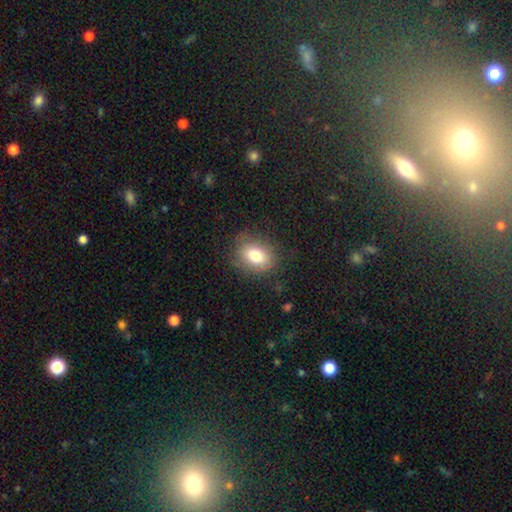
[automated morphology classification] smooth_or_featured: smooth (p=0.78) [alt: featured or disk p=0.13]
how_rounded: in between (p=0.62) [alt: round p=0.37]
merging: none (p=0.78) [alt: minor disturbance p=0.15]